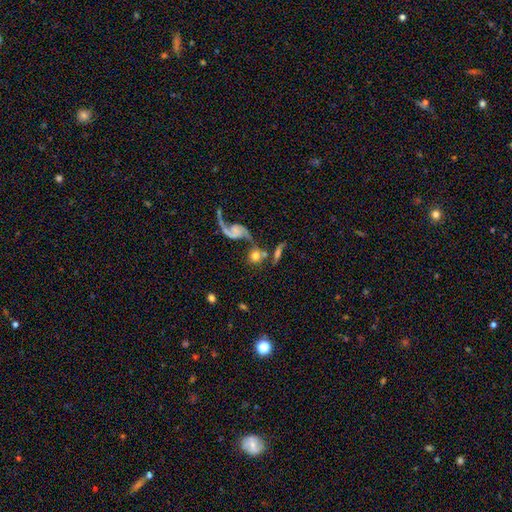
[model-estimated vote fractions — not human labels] Smooth or featured?
  - smooth: 51% *
  - featured or disk: 39%
  - star or artifact: 10%
How rounded?
  - round: 81% *
  - in between: 16%
  - cigar-shaped: 3%
Merging?
  - none: 49% *
  - merger: 31%
  - minor disturbance: 11%
  - major disturbance: 8%